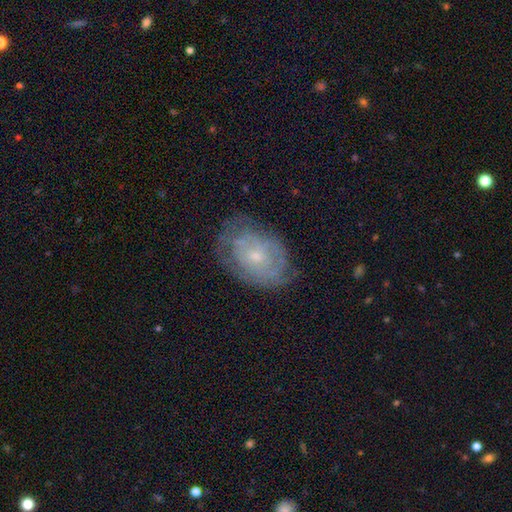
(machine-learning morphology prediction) Smooth or featured? featured or disk (63%)
Edge-on disk? no (95%)
Bar? no (79%)
Spiral arms? yes (67%)
Bulge size? small (66%)
Merging? none (66%)